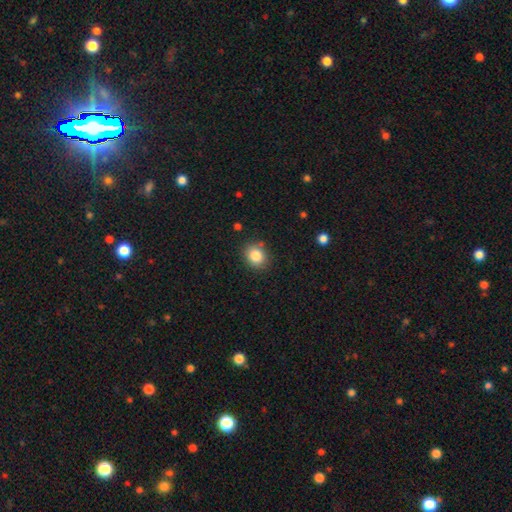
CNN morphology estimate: This appears to be a smooth galaxy with no disk features (85%) that is round (66%). Merging: none (83%).